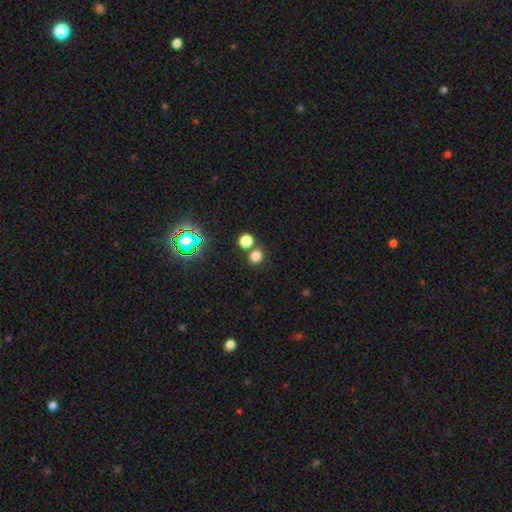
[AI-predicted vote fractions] smooth 75%, star or artifact 19%, featured or disk 5%. Down the decision tree: how rounded — round (75%); merging — none (67%).